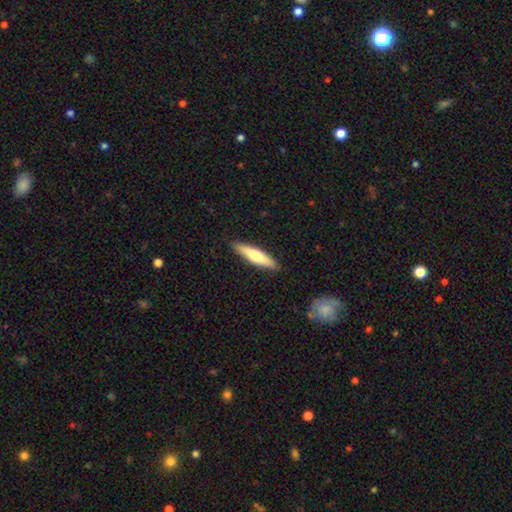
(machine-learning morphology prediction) The model was most divided on "smooth or featured": smooth: 66%, featured or disk: 29%, star or artifact: 5%. More confident: merging — none (89%); how rounded — cigar-shaped (78%).